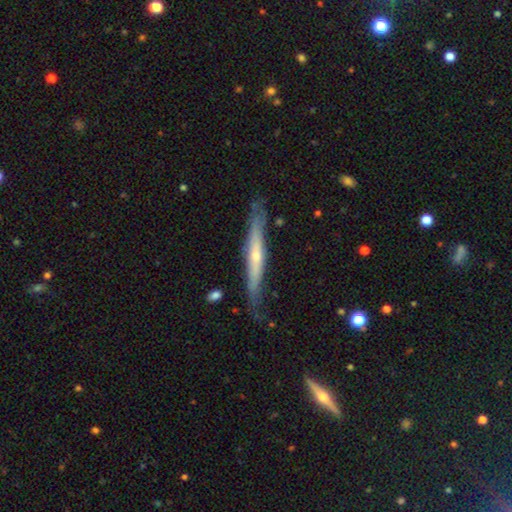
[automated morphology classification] Overall: featured or disk (61%; smooth 33%). Edge-on disk: yes (92%). Edge-on bulge: rounded (63%; none 33%). Merging: none (78%).